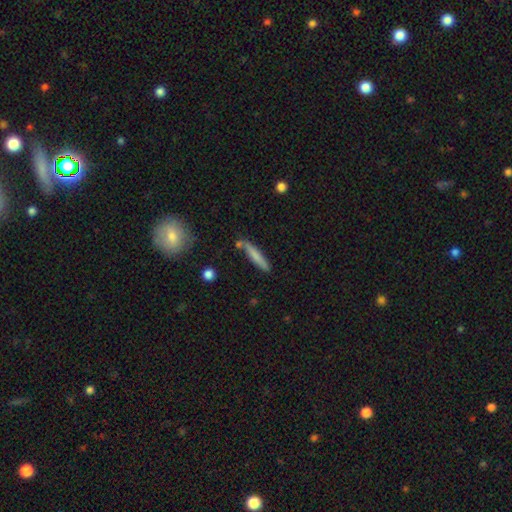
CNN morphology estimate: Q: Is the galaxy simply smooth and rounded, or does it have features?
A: smooth — 72%.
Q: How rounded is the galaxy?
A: cigar-shaped — 91%.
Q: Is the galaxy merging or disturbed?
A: none — 77%.